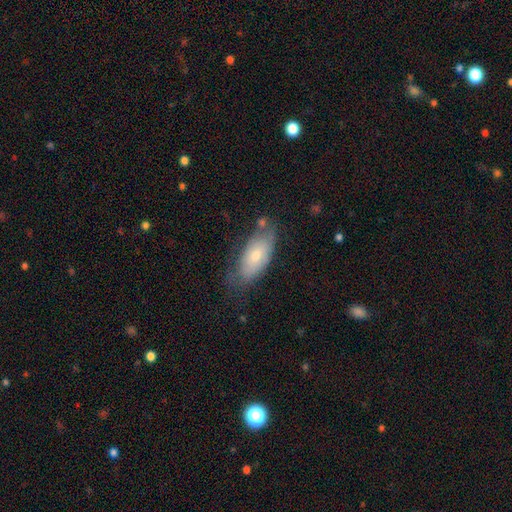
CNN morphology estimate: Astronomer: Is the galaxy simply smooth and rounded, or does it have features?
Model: smooth — 65%.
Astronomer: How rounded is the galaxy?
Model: in between — 89%.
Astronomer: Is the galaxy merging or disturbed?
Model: none — 58%.